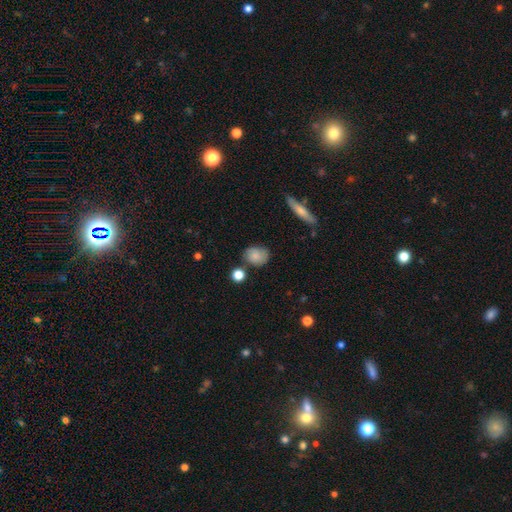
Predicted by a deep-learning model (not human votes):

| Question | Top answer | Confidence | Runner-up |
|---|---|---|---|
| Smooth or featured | smooth | 75% | featured or disk (16%) |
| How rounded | round | 54% | in between (44%) |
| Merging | none | 68% | minor disturbance (21%) |